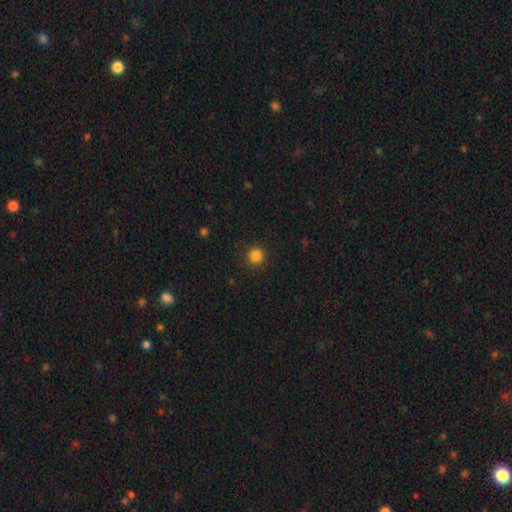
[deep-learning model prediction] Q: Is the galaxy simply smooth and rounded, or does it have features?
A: smooth — 85%.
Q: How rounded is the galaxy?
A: round — 93%.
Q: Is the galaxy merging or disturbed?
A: none — 90%.